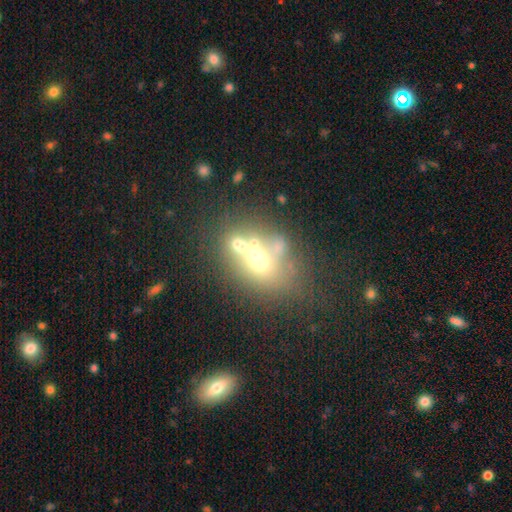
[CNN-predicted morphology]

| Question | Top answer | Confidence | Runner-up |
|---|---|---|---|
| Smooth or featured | smooth | 41% | featured or disk (38%) |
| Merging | merger | 49% | none (30%) |